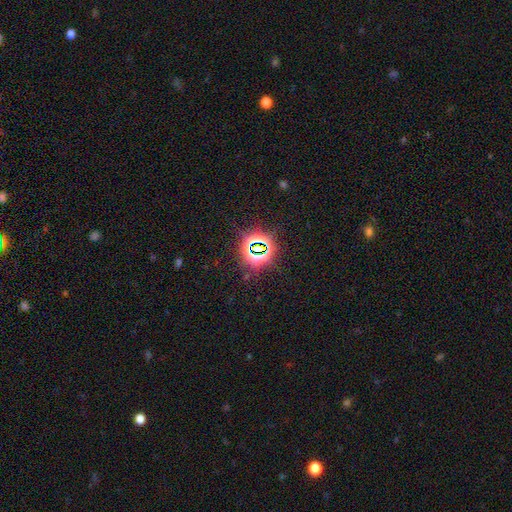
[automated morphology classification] A star or artifact, not a galaxy (80%).

Vote fractions:
- Smooth or featured? star or artifact: 80% / smooth: 12% / featured or disk: 8%